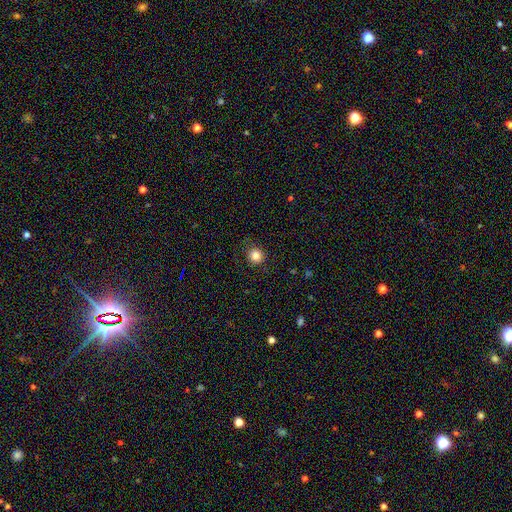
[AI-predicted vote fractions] smooth 84%, star or artifact 11%, featured or disk 5%. Down the decision tree: how rounded — round (93%); merging — none (88%).